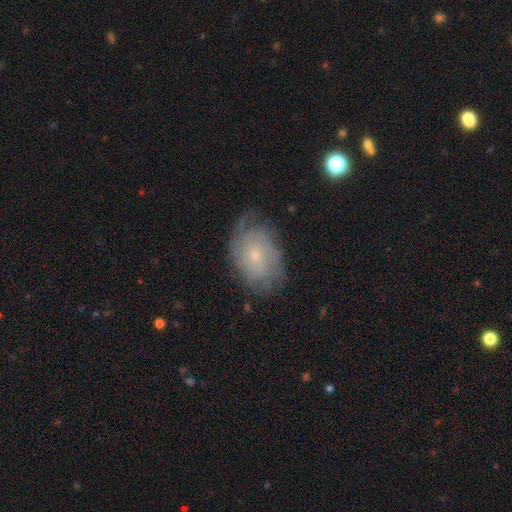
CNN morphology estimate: featured or disk 68%, smooth 24%, star or artifact 8%. Down the decision tree: edge-on disk — no (96%); bar — no (75%); spiral arms — yes (88%); spiral arm count — can't tell (50%); spiral winding — tight (61%); bulge size — small (72%); merging — none (65%).